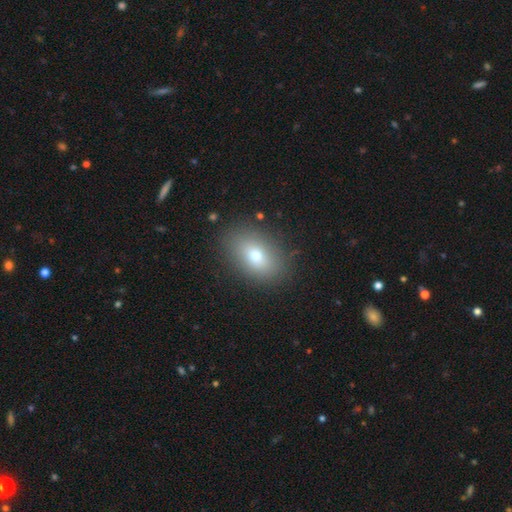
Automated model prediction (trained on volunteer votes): smooth-or-featured: smooth: 71% | featured or disk: 17% | star or artifact: 12%
  how-rounded: in between: 81% | round: 17% | cigar-shaped: 2%
  merging: none: 86% | minor disturbance: 9% | major disturbance: 3% | merger: 1%